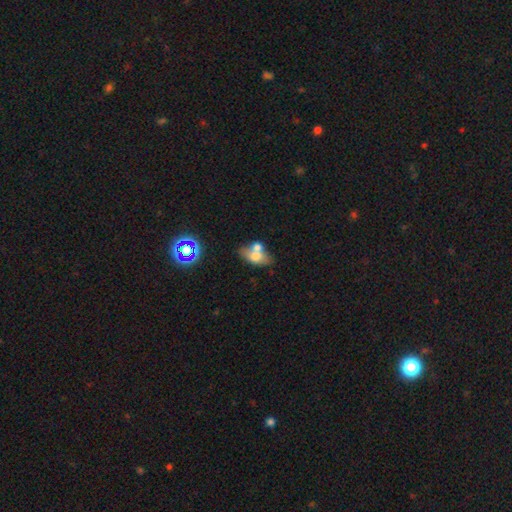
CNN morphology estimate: Smooth or featured: smooth — 63% (featured or disk — 27%)
How rounded: in between — 81% (round — 15%)
Merging: merger — 46% (none — 37%)